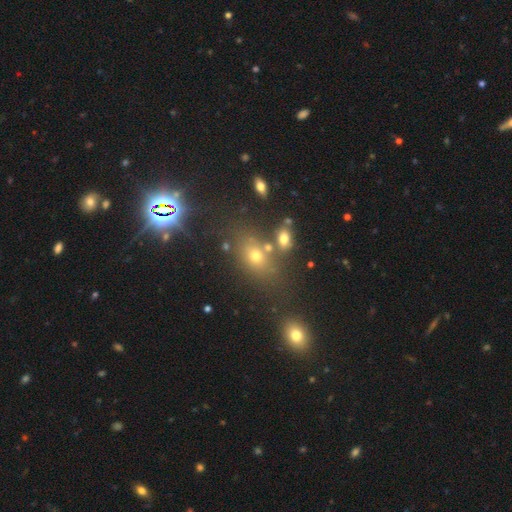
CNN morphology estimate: The model was most divided on "smooth or featured": smooth: 46%, star or artifact: 39%, featured or disk: 15%. More confident: merging — none (63%).